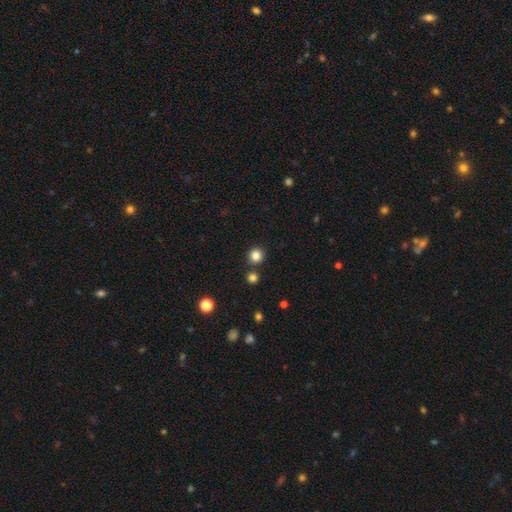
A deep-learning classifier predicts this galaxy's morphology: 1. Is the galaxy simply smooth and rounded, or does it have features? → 83% smooth, 13% star or artifact, 4% featured or disk.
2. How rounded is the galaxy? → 93% round, 6% in between, 1% cigar-shaped.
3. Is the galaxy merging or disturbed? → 86% none, 7% merger, 6% minor disturbance, 2% major disturbance.